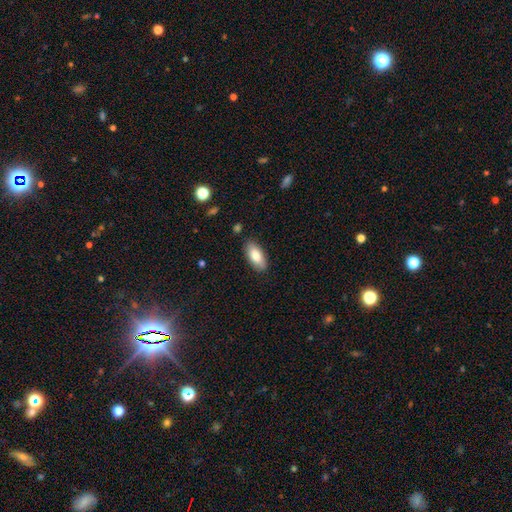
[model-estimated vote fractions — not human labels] Smooth or featured?
  - smooth: 80% *
  - featured or disk: 14%
  - star or artifact: 6%
How rounded?
  - in between: 89% *
  - cigar-shaped: 9%
  - round: 2%
Merging?
  - none: 86% *
  - minor disturbance: 11%
  - major disturbance: 2%
  - merger: 1%